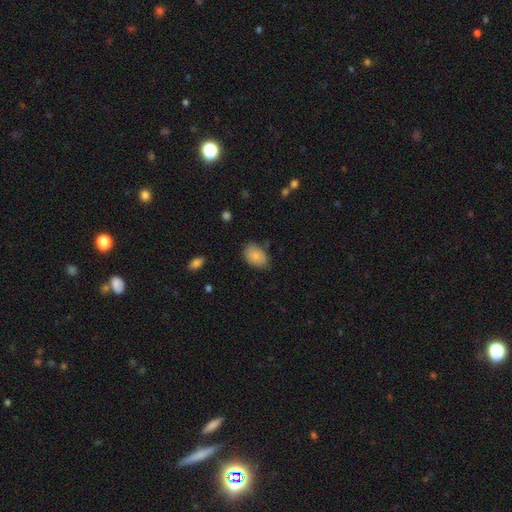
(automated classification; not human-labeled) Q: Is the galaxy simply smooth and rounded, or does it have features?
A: smooth — 84%.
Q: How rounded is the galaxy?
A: in between — 82%.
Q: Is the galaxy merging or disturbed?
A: none — 75%.